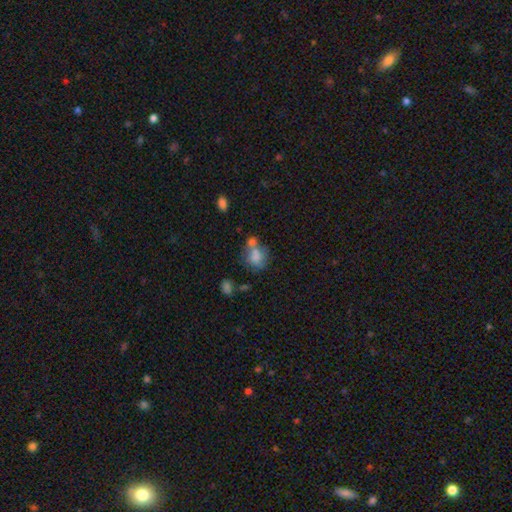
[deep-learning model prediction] smooth-or-featured: smooth: 68% | featured or disk: 21% | star or artifact: 11%
  how-rounded: round: 58% | in between: 41% | cigar-shaped: 1%
  merging: merger: 37% | none: 35% | minor disturbance: 17% | major disturbance: 11%